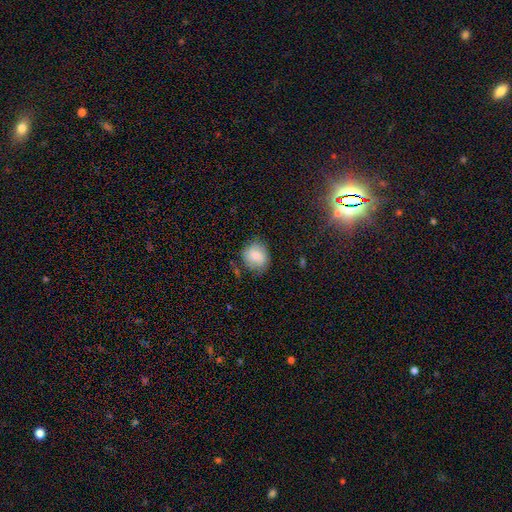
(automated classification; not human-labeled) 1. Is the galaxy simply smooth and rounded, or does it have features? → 63% smooth, 29% featured or disk, 8% star or artifact.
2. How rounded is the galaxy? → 77% round, 22% in between, 1% cigar-shaped.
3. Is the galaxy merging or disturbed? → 71% none, 21% minor disturbance, 6% major disturbance, 2% merger.